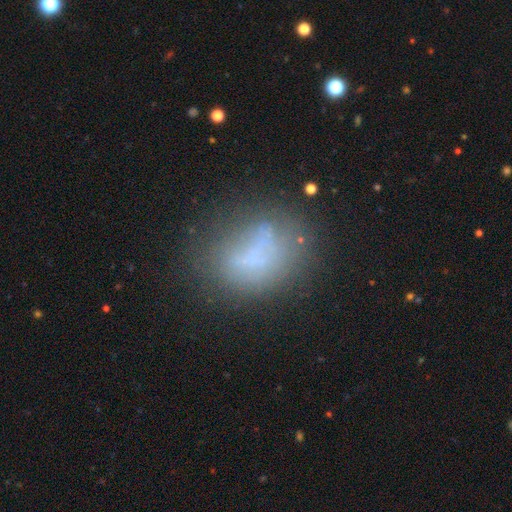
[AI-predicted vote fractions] Smooth or featured: smooth — 52% (featured or disk — 31%)
How rounded: in between — 67% (round — 28%)
Merging: none — 49% (minor disturbance — 24%)